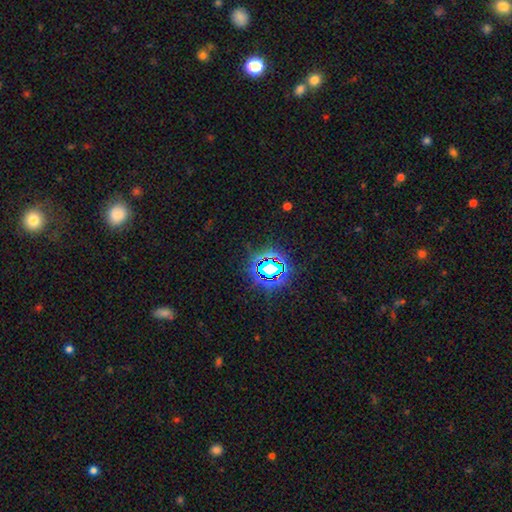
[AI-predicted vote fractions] A star or artifact, not a galaxy (76%).

Vote fractions:
- Smooth or featured? star or artifact: 76% / smooth: 17% / featured or disk: 8%